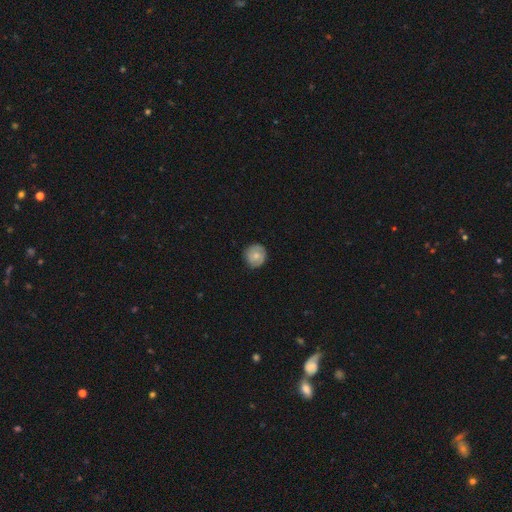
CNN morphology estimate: Q: Smooth or featured?
A: smooth (55%); runner-up: featured or disk (38%)
Q: How rounded?
A: round (91%); runner-up: in between (8%)
Q: Merging?
A: none (84%); runner-up: minor disturbance (13%)